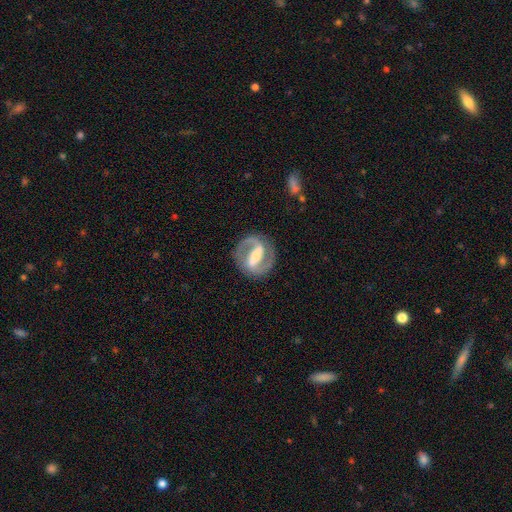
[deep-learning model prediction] Smooth or featured? Predicted: featured or disk (p=0.87). Edge-on disk? Predicted: no (p=0.96). Bar? Predicted: strong (p=0.70). Spiral arms? Predicted: yes (p=0.90). Spiral winding? Predicted: medium (p=0.52). Spiral arm count? Predicted: 2 (p=0.90). Bulge size? Predicted: moderate (p=0.46). Merging? Predicted: none (p=0.85).